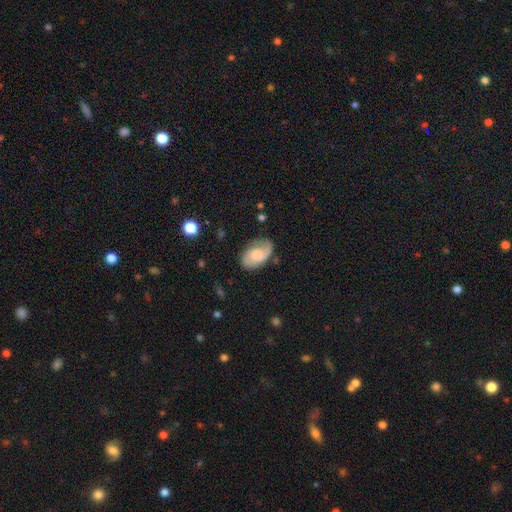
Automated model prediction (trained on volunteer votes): The model was most divided on "bulge size": moderate: 30%, small: 27%, none: 23%, large: 17%, dominant: 3%. Remaining: edge-on disk — no (97%); spiral arms — yes (90%); spiral arm count — 2 (68%); merging — none (67%); bar — no (64%); smooth or featured — featured or disk (61%); spiral winding — medium (43%).